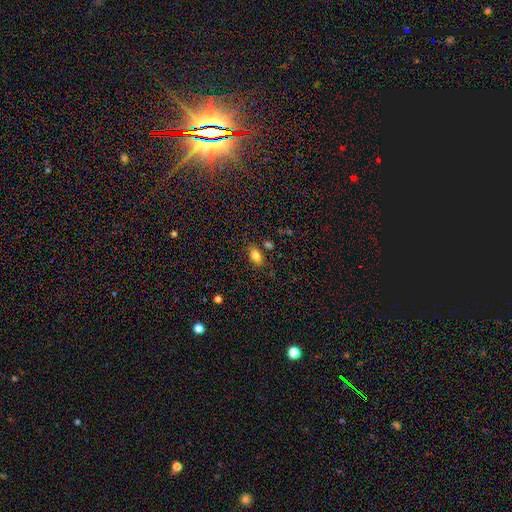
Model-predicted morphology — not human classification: type=smooth (83%); roundness=in between (90%); merging=none (79%).